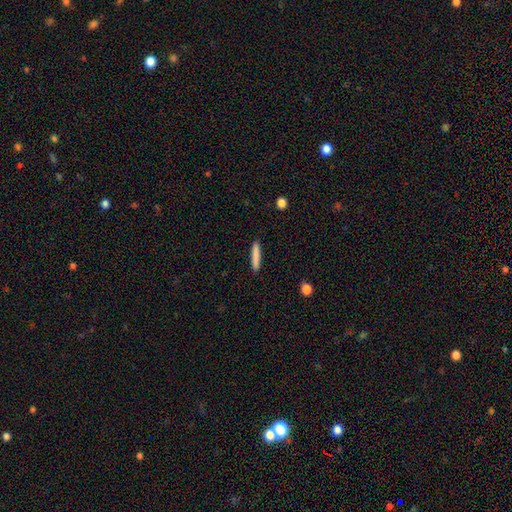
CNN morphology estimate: This appears to be a smooth galaxy with no disk features (84%) that is cigar-shaped (92%). Merging: none (91%).